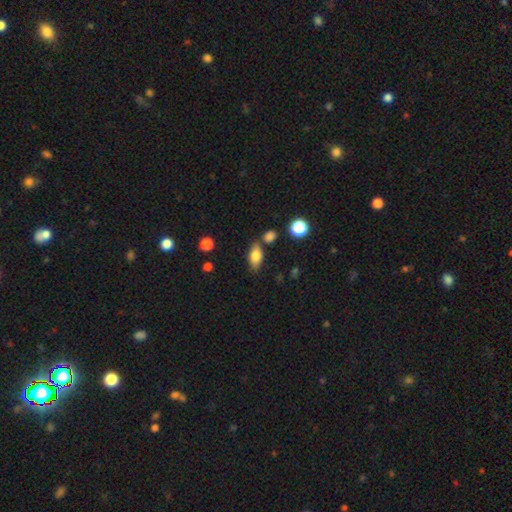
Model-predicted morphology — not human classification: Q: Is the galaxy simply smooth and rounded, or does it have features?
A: smooth — 80%.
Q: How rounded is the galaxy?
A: in between — 85%.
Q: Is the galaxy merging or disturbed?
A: none — 74%.